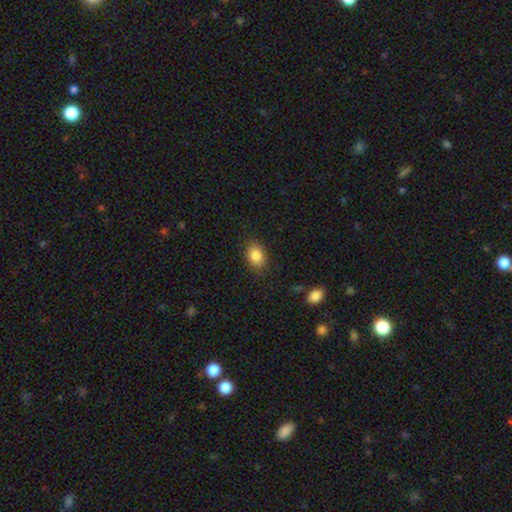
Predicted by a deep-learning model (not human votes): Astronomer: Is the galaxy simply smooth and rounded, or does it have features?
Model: smooth — 86%.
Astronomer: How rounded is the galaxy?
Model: in between — 71%.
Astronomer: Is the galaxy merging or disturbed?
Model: none — 83%.